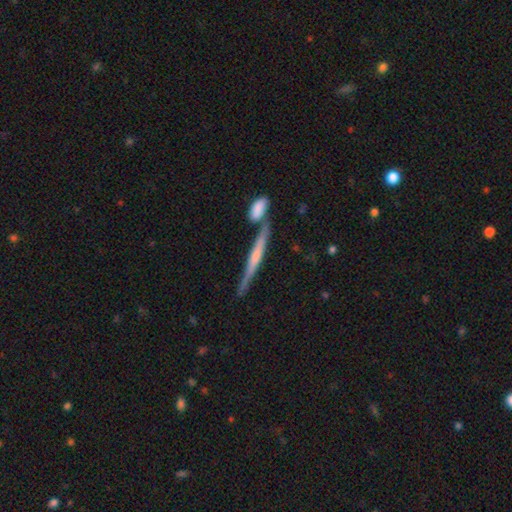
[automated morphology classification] Smooth or featured? featured or disk (72%)
Edge-on disk? yes (96%)
Edge-on bulge? rounded (64%)
Merging? none (74%)